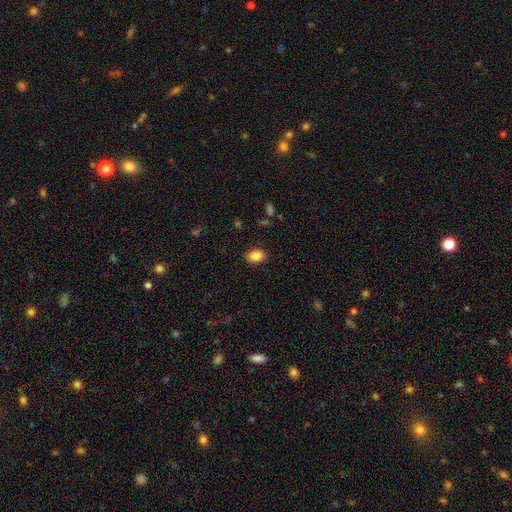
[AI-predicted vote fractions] Q: Smooth or featured?
A: smooth (87%); runner-up: star or artifact (9%)
Q: How rounded?
A: in between (80%); runner-up: round (19%)
Q: Merging?
A: none (87%); runner-up: minor disturbance (9%)